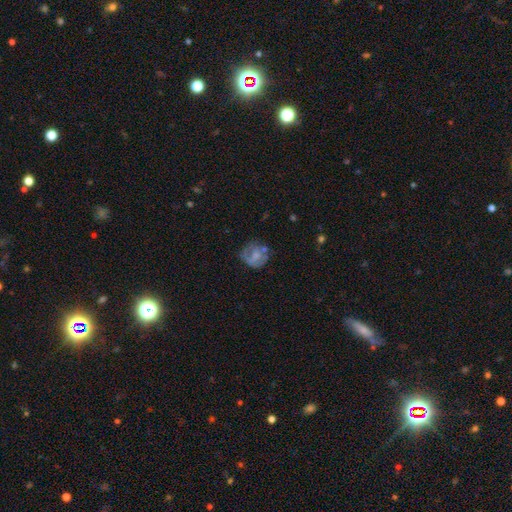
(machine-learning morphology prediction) smooth-or-featured: featured or disk: 47% | smooth: 44% | star or artifact: 9%
  merging: none: 51% | minor disturbance: 25% | major disturbance: 18% | merger: 7%